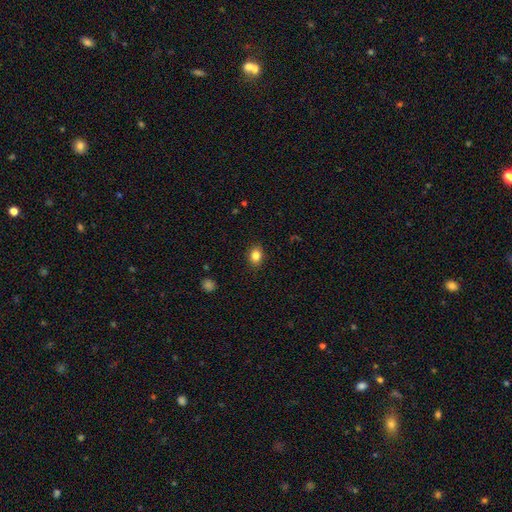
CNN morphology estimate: smooth_or_featured: smooth (p=0.83) [alt: star or artifact p=0.10]
how_rounded: in between (p=0.58) [alt: round p=0.41]
merging: none (p=0.88) [alt: minor disturbance p=0.09]